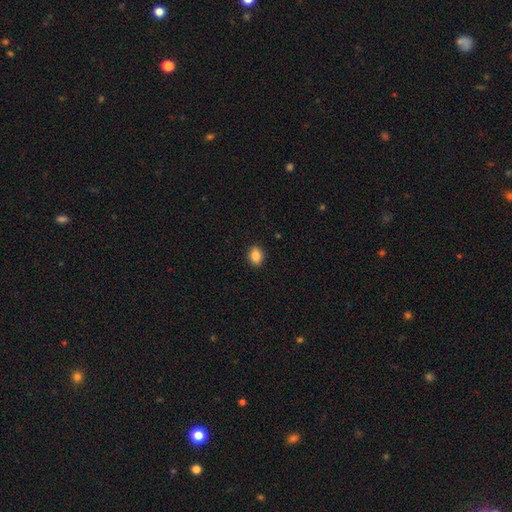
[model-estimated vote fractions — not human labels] Smooth or featured: smooth — 85% (star or artifact — 9%)
How rounded: in between — 59% (round — 40%)
Merging: none — 91% (minor disturbance — 7%)